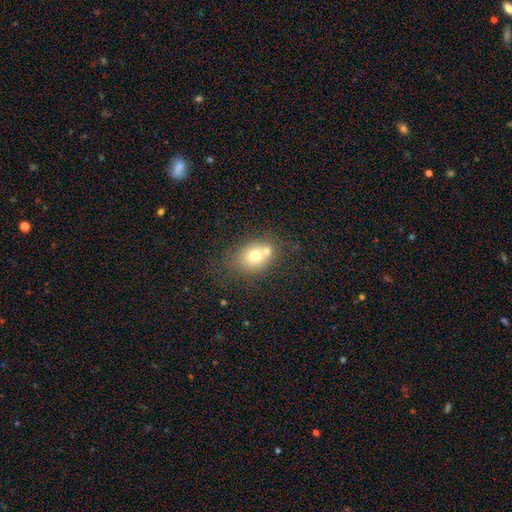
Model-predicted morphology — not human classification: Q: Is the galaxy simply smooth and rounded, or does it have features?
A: smooth — 68%.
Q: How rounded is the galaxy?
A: round — 52%.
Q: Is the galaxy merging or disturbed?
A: none — 44%.